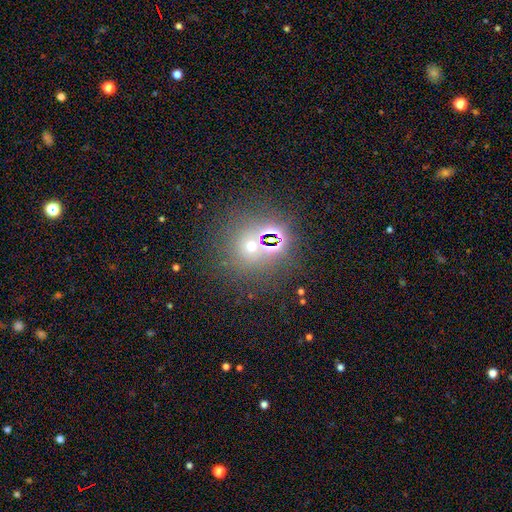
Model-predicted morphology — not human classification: Smooth or featured?
  - smooth: 43% *
  - star or artifact: 39%
  - featured or disk: 18%
Merging?
  - none: 57% *
  - merger: 28%
  - minor disturbance: 9%
  - major disturbance: 6%